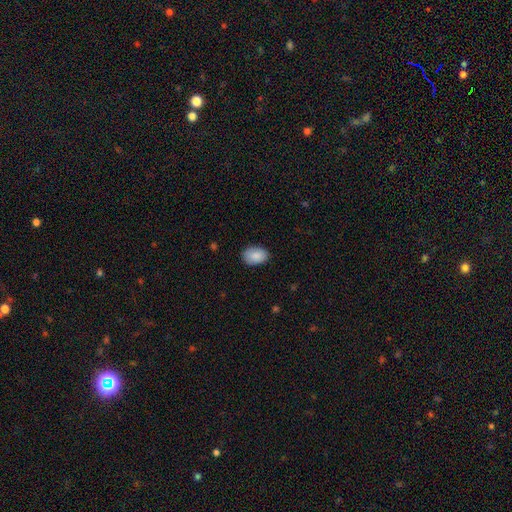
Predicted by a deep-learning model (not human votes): Smooth or featured? Predicted: smooth (p=0.88). How rounded? Predicted: in between (p=0.86). Merging? Predicted: none (p=0.84).